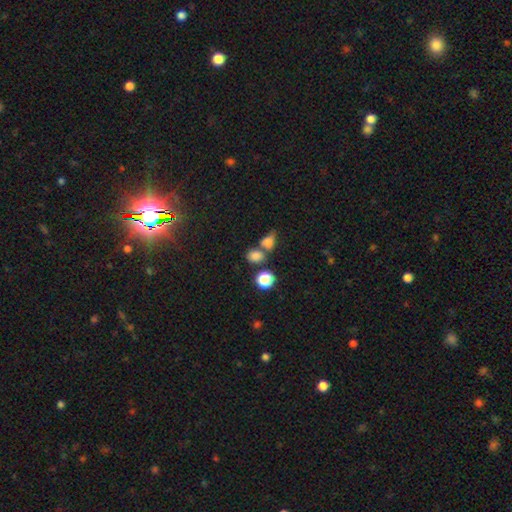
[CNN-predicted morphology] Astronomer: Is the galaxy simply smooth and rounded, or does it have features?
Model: smooth — 77%.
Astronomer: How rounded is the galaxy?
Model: in between — 52% (runner-up: round, 46%).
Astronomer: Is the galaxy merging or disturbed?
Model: none — 46% (runner-up: merger, 38%).